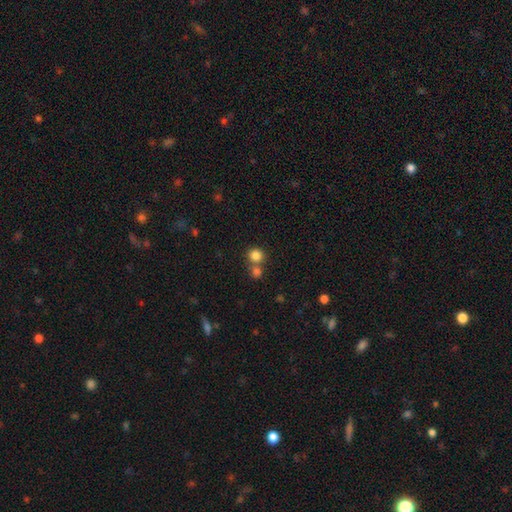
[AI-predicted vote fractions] smooth 82%, star or artifact 12%, featured or disk 6%. Down the decision tree: how rounded — round (89%); merging — none (59%).